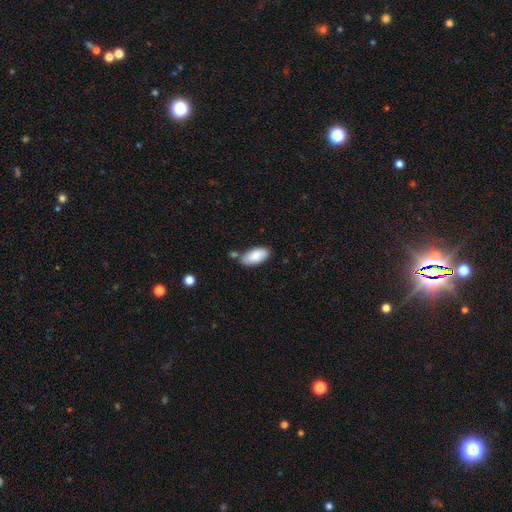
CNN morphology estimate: A smooth galaxy with no disk features (84%) that is in between round and cigar-shaped (93%). Merging: none (66%).